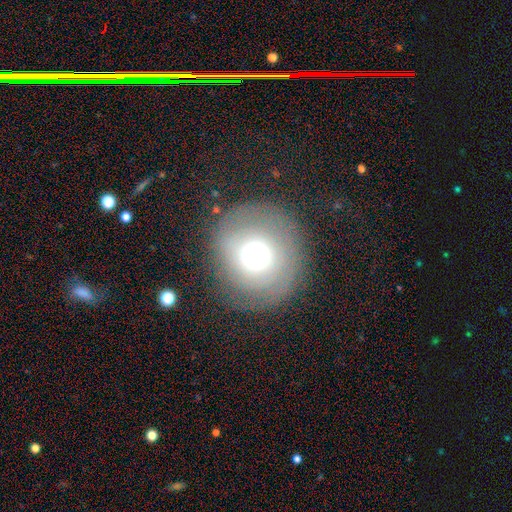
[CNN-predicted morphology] This is possibly a smooth galaxy (58%). How rounded: clearly round (89%). Merging: likely none (78%).